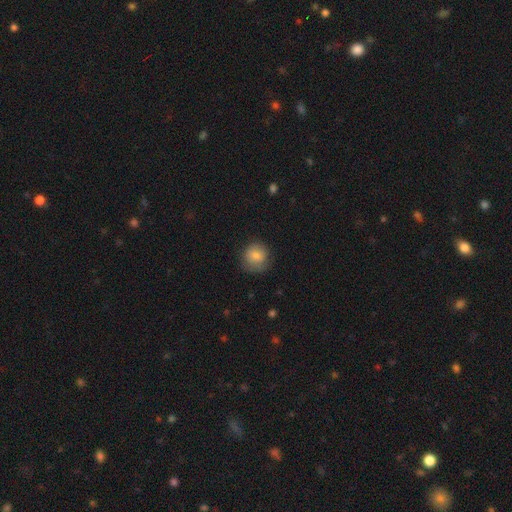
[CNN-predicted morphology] smooth-or-featured: smooth: 79% | featured or disk: 13% | star or artifact: 8%
  how-rounded: round: 86% | in between: 13% | cigar-shaped: 1%
  merging: none: 71% | minor disturbance: 21% | major disturbance: 7% | merger: 1%